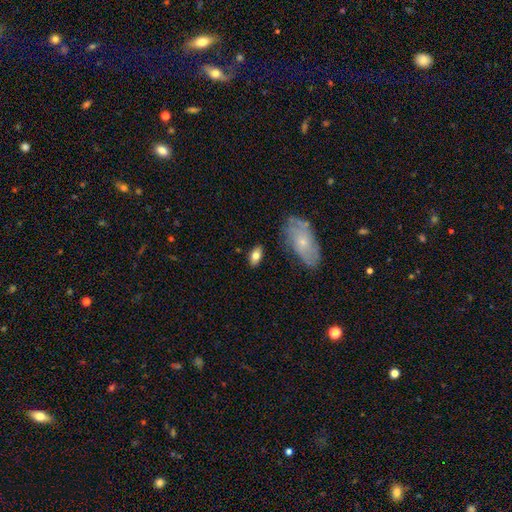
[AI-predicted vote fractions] Smooth or featured? Predicted: smooth (p=0.75). How rounded? Predicted: in between (p=0.89). Merging? Predicted: none (p=0.80).